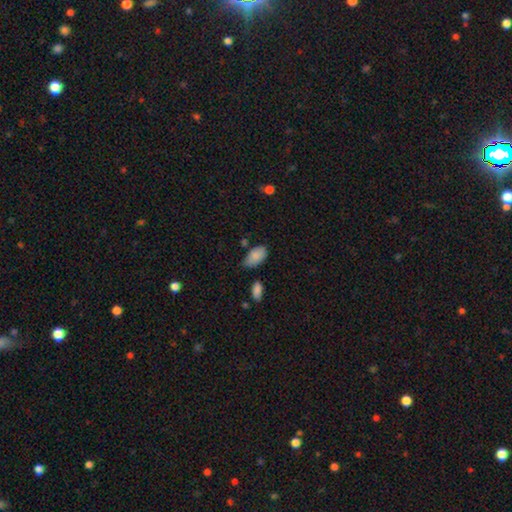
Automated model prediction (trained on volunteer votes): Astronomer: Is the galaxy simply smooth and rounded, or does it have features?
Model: smooth — 86%.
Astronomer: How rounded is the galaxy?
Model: in between — 94%.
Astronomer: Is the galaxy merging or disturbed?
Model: none — 55% (runner-up: minor disturbance, 33%).